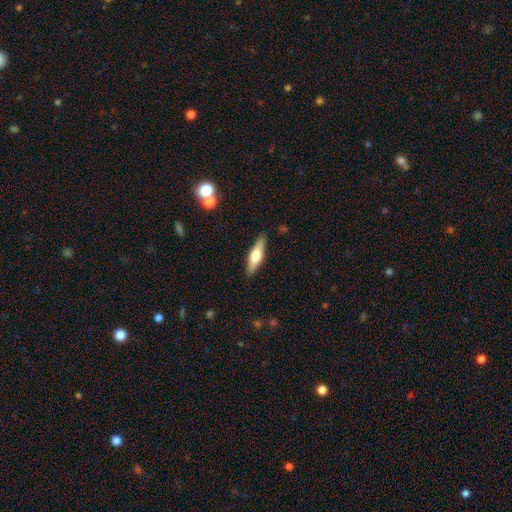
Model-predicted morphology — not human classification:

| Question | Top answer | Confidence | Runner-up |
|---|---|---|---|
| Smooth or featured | smooth | 50% | featured or disk (44%) |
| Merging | none | 88% | minor disturbance (8%) |